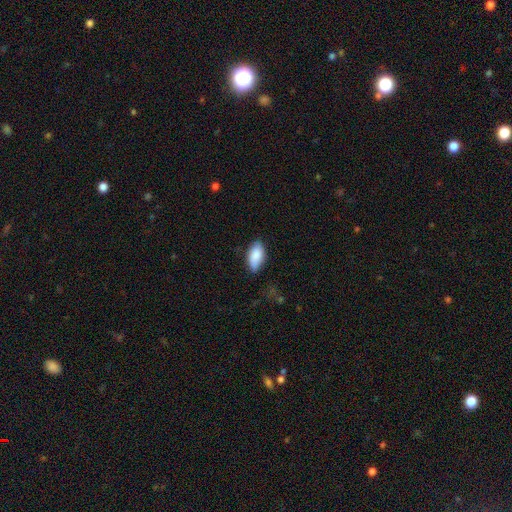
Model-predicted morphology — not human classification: Smooth or featured? Predicted: smooth (p=0.86). How rounded? Predicted: in between (p=0.93). Merging? Predicted: none (p=0.75).